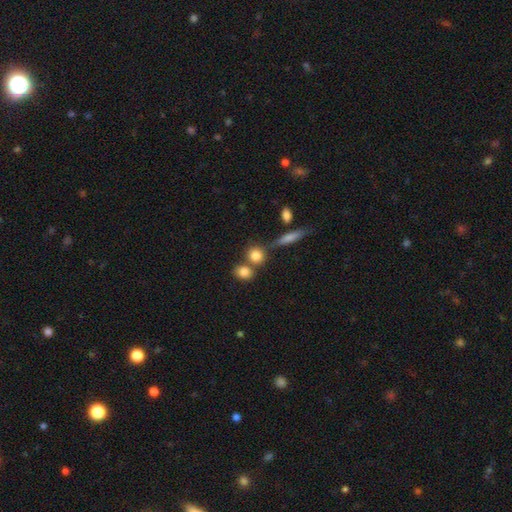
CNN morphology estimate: A smooth galaxy with no disk features (82%) that is round (72%).

Vote fractions:
- Smooth or featured? smooth: 82% / star or artifact: 9% / featured or disk: 9%
- How rounded? round: 72% / in between: 25% / cigar-shaped: 3%
- Merging? none: 56% / merger: 32% / minor disturbance: 9% / major disturbance: 3%